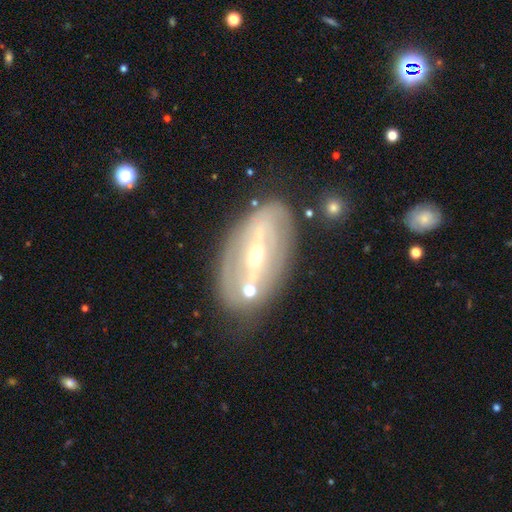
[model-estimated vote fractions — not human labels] Morphology: type=featured or disk (80%); edge-on=no (87%); bar=strong (58%); spiral arms=yes (60%); bulge=small (52%); merging=none (72%).